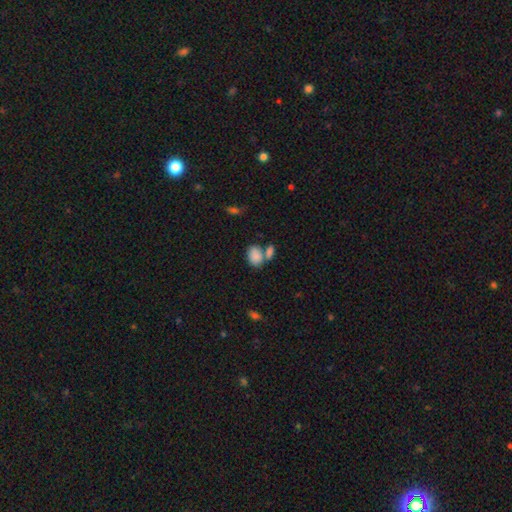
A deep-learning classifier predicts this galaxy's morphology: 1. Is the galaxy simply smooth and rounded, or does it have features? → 85% smooth, 8% star or artifact, 7% featured or disk.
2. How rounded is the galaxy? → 82% in between, 16% round, 1% cigar-shaped.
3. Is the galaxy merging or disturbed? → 43% none, 40% merger, 12% minor disturbance, 5% major disturbance.